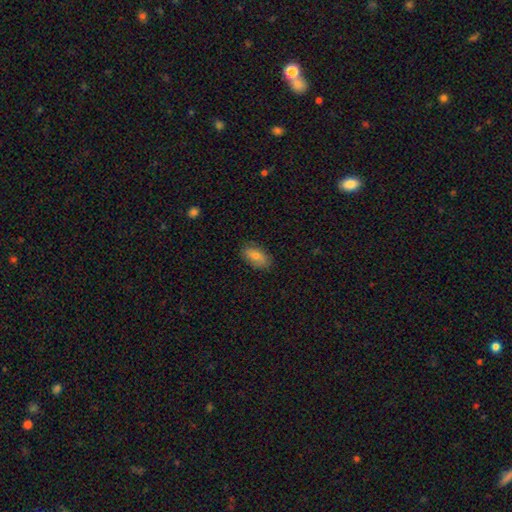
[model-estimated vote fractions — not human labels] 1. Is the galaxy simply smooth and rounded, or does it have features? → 76% smooth, 16% featured or disk, 8% star or artifact.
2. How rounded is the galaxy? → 90% in between, 6% cigar-shaped, 4% round.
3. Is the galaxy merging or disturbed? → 85% none, 12% minor disturbance, 2% major disturbance, 1% merger.